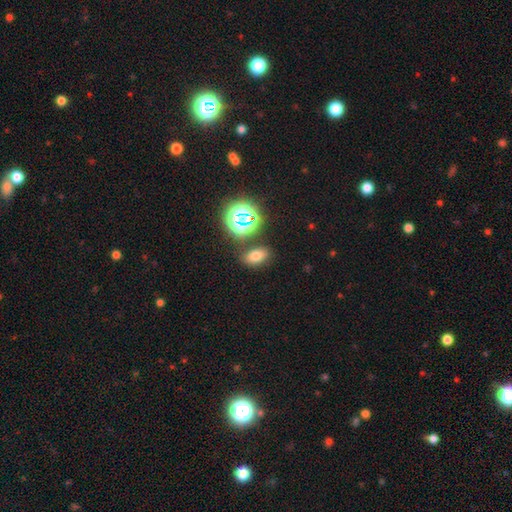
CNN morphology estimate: smooth_or_featured: smooth (p=0.65) [alt: star or artifact p=0.26]
how_rounded: in between (p=0.83) [alt: round p=0.14]
merging: none (p=0.80) [alt: minor disturbance p=0.10]